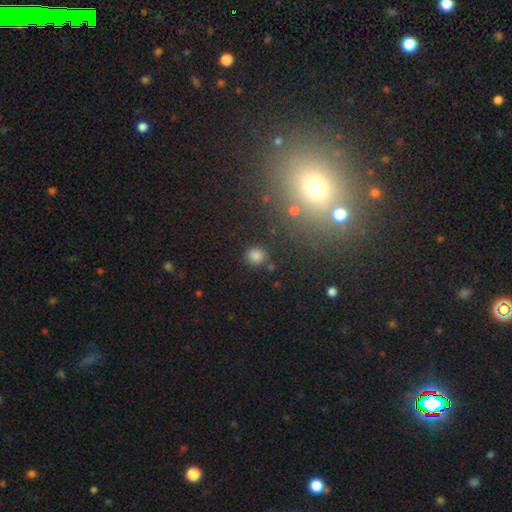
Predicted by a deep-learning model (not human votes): Smooth or featured? smooth (80%)
How rounded? round (87%)
Merging? none (82%)